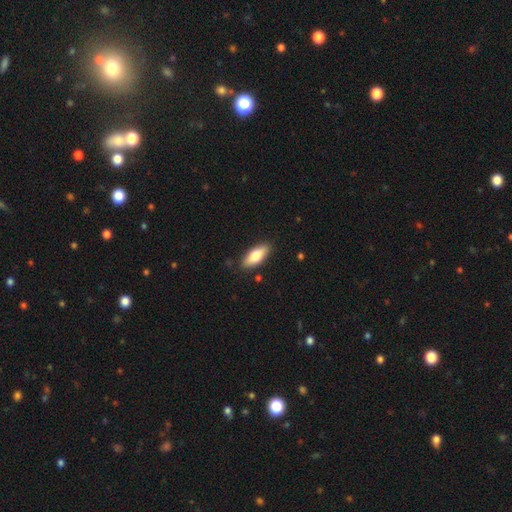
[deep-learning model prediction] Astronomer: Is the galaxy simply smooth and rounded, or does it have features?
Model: smooth — 72%.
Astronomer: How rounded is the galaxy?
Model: in between — 75%.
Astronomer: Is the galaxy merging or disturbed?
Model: none — 87%.